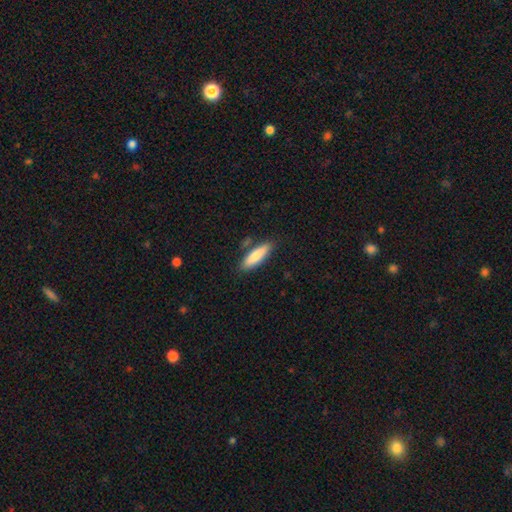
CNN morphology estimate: type=smooth (82%); roundness=cigar-shaped (58%); merging=none (79%).